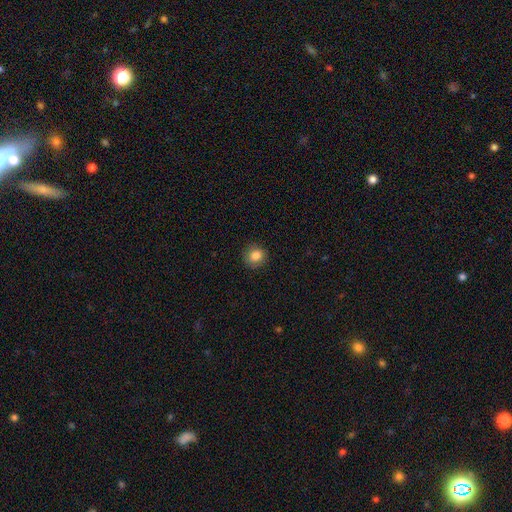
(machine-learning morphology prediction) A smooth galaxy with no disk features (84%) that is round (86%). Merging: none (89%).